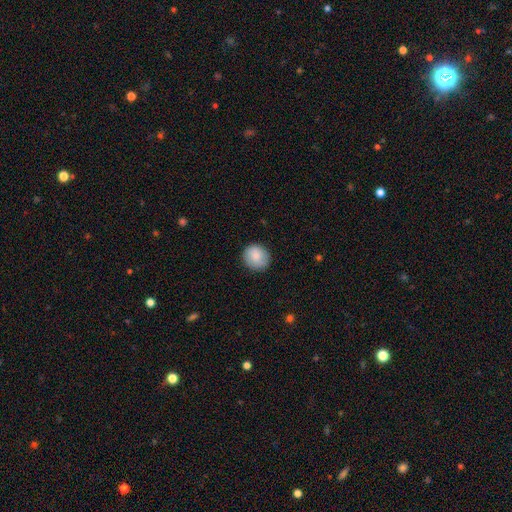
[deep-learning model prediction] A smooth galaxy with no disk features (84%) that is round (86%). Merging: none (87%).